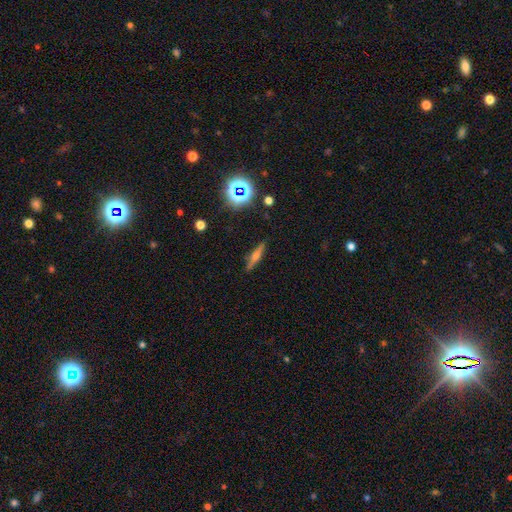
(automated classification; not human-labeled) This is possibly a featured or disk galaxy (50%). Merging: clearly none (86%).